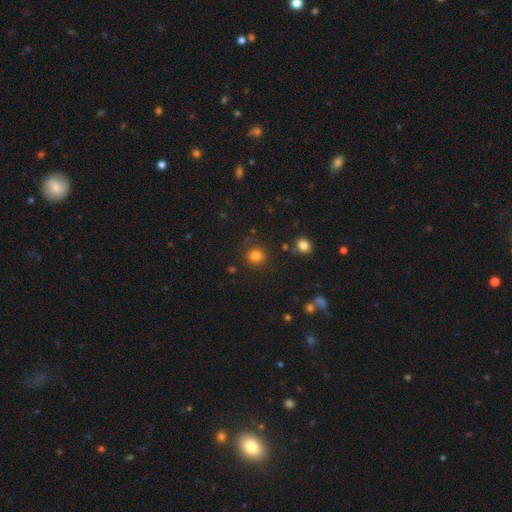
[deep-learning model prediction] A smooth galaxy with no disk features (81%) that is round (88%). Merging: none (83%).